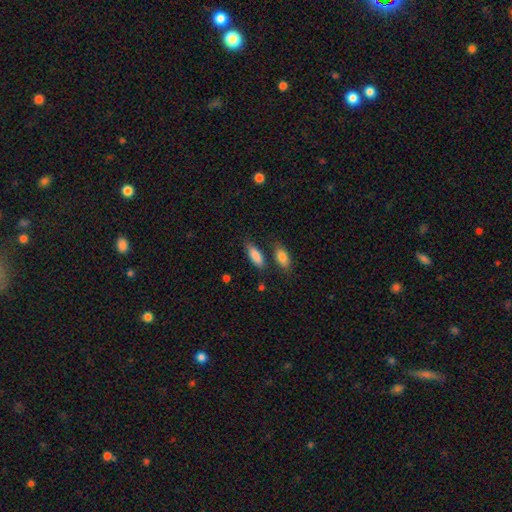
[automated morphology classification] smooth_or_featured: smooth (p=0.85) [alt: featured or disk p=0.08]
how_rounded: in between (p=0.72) [alt: cigar-shaped p=0.25]
merging: none (p=0.69) [alt: minor disturbance p=0.16]